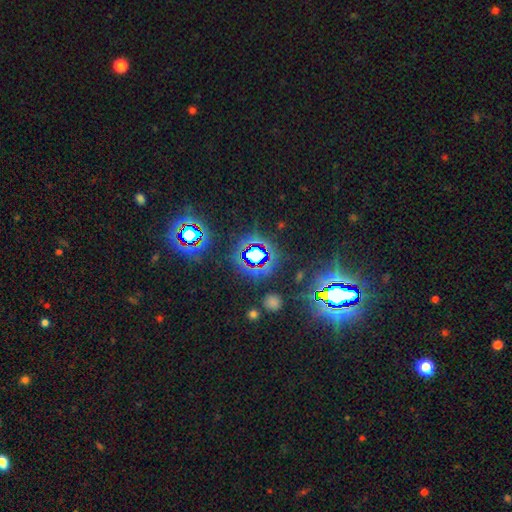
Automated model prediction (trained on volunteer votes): star or artifact 74%, smooth 17%, featured or disk 10%.